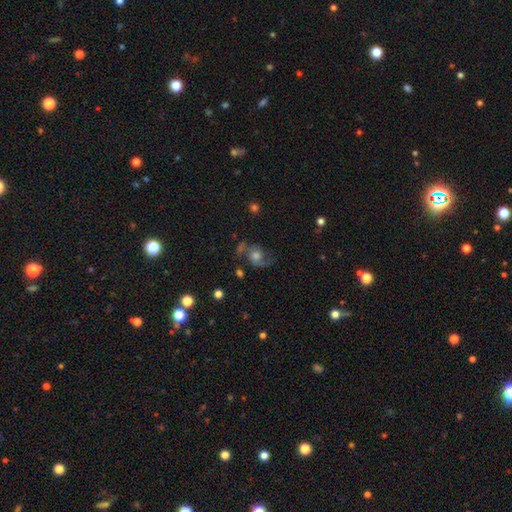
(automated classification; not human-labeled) This is likely a featured or disk galaxy (67%). It is clearly not viewed edge-on (96%). Bar: likely no (74%). Spiral arm pattern: clearly yes (90%). Spiral arm count: clearly 2 (85%). Spiral winding: possibly loose (48%). Central bulge: possibly moderate (49%). Merging: possibly none (59%).